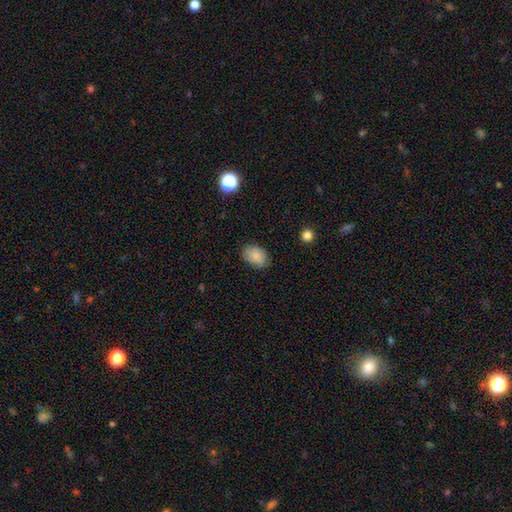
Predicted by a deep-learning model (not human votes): Q: Smooth or featured?
A: smooth (86%); runner-up: star or artifact (8%)
Q: How rounded?
A: in between (78%); runner-up: round (21%)
Q: Merging?
A: none (81%); runner-up: minor disturbance (15%)